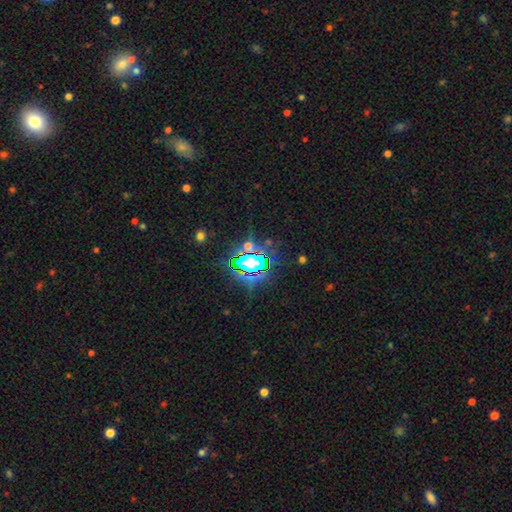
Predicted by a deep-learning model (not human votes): Smooth or featured: star or artifact — 68% (smooth — 19%)